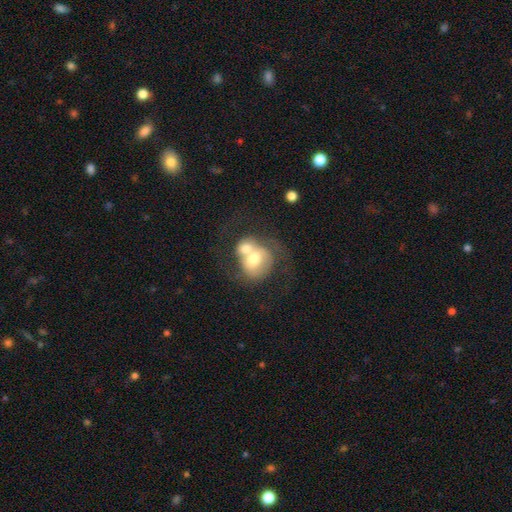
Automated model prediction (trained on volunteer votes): Q: Smooth or featured?
A: smooth (49%); runner-up: featured or disk (44%)
Q: Merging?
A: merger (70%); runner-up: none (14%)